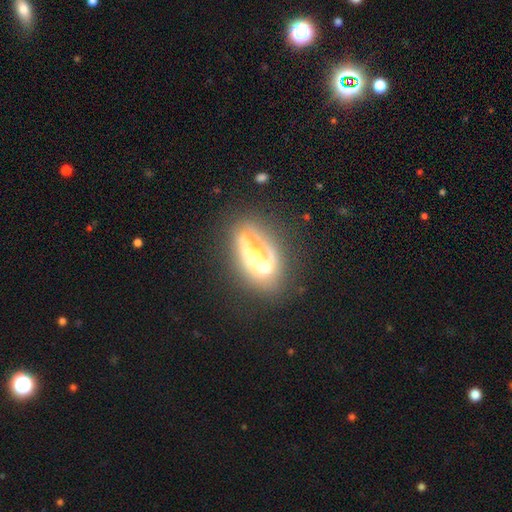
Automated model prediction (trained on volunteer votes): Smooth or featured? Predicted: featured or disk (p=0.69). Edge-on disk? Predicted: no (p=0.91). Bar? Predicted: no (p=0.71). Spiral arms? Predicted: no (p=0.63). Bulge size? Predicted: moderate (p=0.47). Merging? Predicted: none (p=0.46).